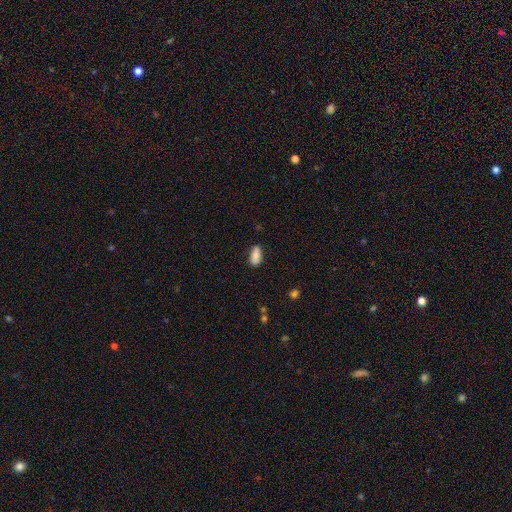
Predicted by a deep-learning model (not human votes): smooth-or-featured: smooth: 87% | star or artifact: 7% | featured or disk: 6%
  how-rounded: in between: 86% | cigar-shaped: 11% | round: 2%
  merging: none: 82% | minor disturbance: 14% | major disturbance: 3% | merger: 1%